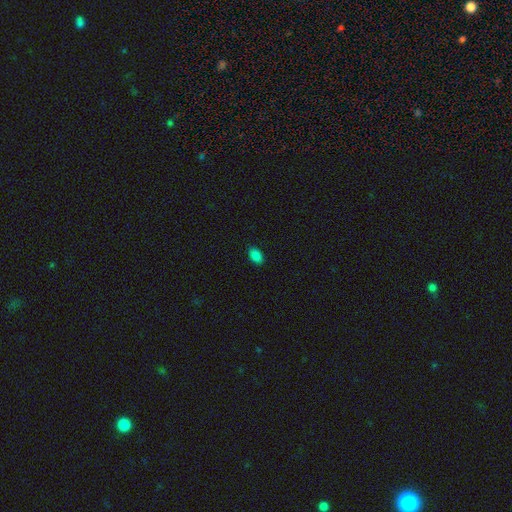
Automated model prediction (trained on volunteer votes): Smooth or featured: smooth — 85% (star or artifact — 11%)
How rounded: in between — 88% (round — 10%)
Merging: none — 87% (minor disturbance — 10%)